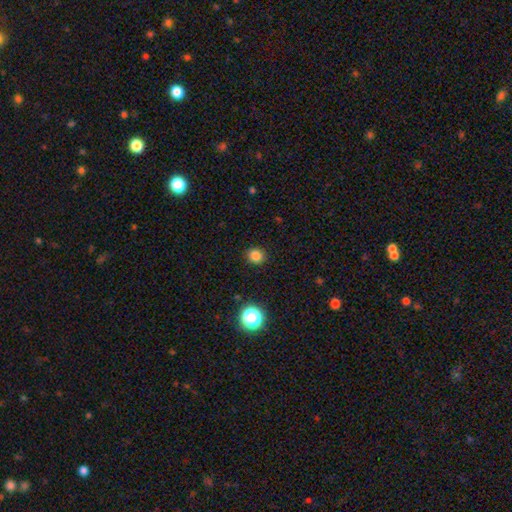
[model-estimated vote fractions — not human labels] A smooth galaxy with no disk features (82%) that is round (79%).

Vote fractions:
- Smooth or featured? smooth: 82% / star or artifact: 14% / featured or disk: 4%
- How rounded? round: 79% / in between: 20% / cigar-shaped: 1%
- Merging? none: 90% / minor disturbance: 7% / major disturbance: 2% / merger: 1%